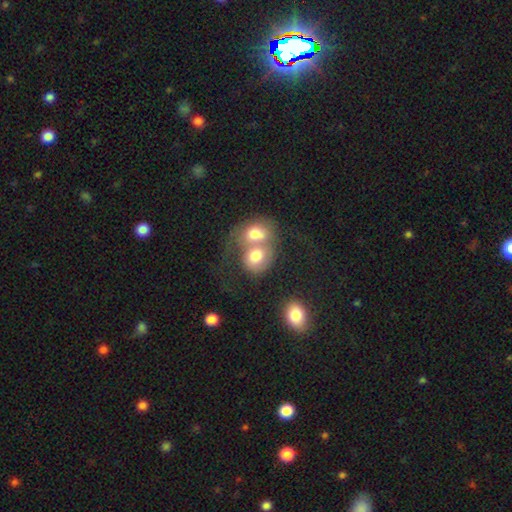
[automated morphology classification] type=smooth (62%); roundness=in between (50%); merging=merger (72%).